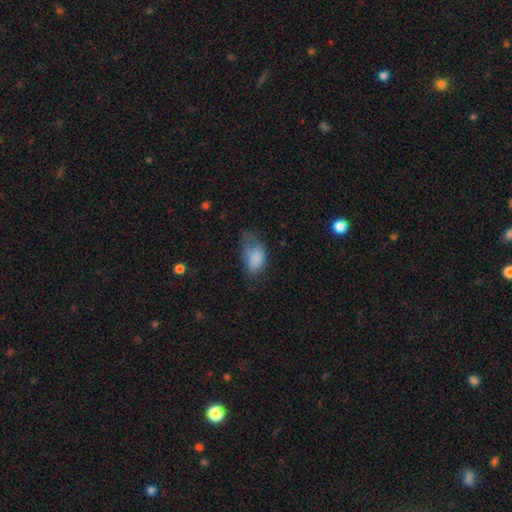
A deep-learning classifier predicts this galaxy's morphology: Smooth or featured: smooth — 78% (featured or disk — 13%)
How rounded: in between — 91% (round — 7%)
Merging: minor disturbance — 37% (none — 31%)